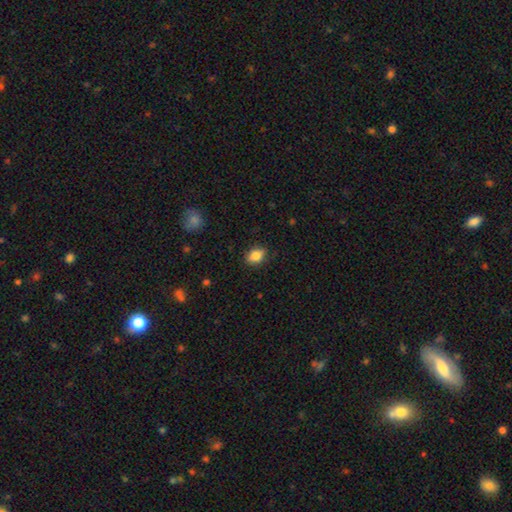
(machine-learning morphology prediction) This is clearly a smooth galaxy (84%). How rounded: likely in between (74%). Merging: clearly none (80%).